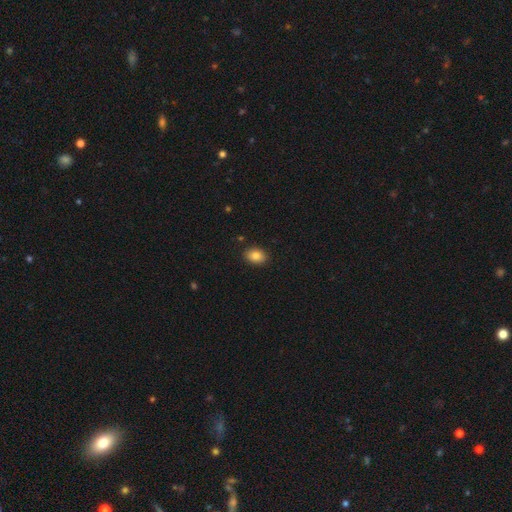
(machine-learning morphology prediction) Overall: smooth (85%). How rounded: in between (76%). Merging: none (89%).